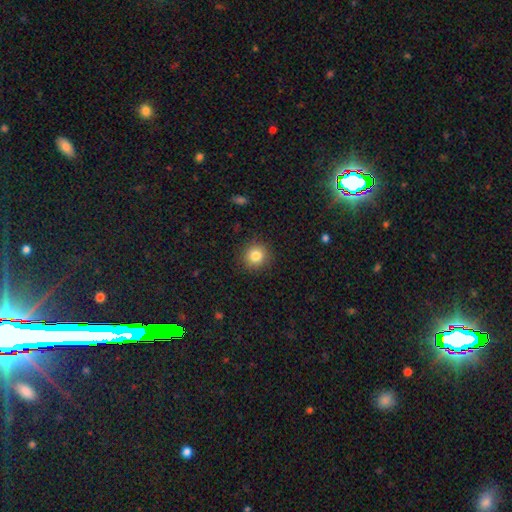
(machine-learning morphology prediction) smooth 83%, star or artifact 11%, featured or disk 7%. Down the decision tree: how rounded — round (92%); merging — none (90%).